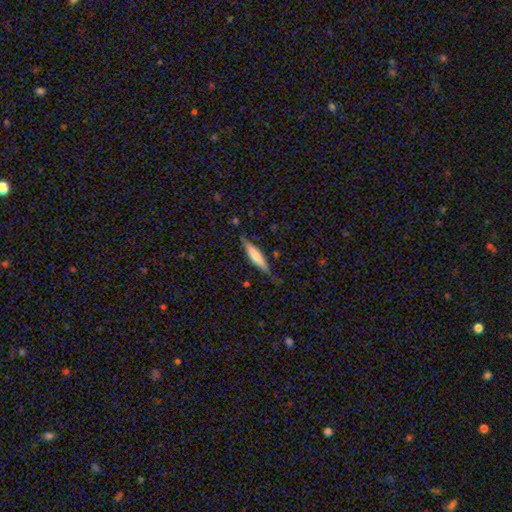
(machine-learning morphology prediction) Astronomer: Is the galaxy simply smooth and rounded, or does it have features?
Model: smooth — 62%.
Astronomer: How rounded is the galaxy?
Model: cigar-shaped — 85%.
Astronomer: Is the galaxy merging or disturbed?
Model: none — 78%.